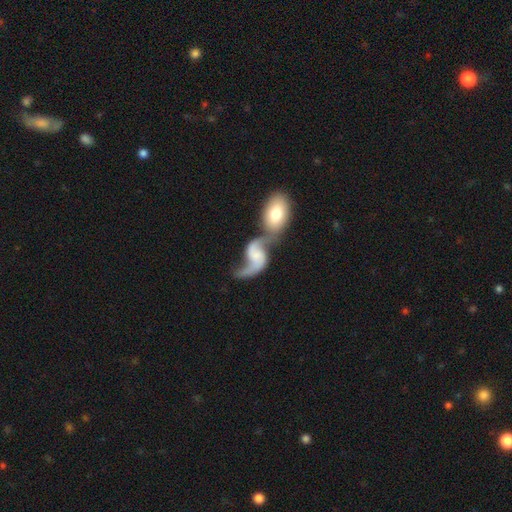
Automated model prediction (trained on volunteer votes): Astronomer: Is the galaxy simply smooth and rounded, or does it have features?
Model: featured or disk — 80%.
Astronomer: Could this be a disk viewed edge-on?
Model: no — 97%.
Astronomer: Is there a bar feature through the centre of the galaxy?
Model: no — 54% (runner-up: weak, 35%).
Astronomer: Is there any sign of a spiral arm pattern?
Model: yes — 92%.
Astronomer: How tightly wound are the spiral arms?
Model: loose — 86%.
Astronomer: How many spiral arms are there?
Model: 2 — 87%.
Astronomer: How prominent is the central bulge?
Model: small — 37% (runner-up: none, 29%).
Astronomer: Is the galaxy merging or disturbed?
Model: merger — 61%.